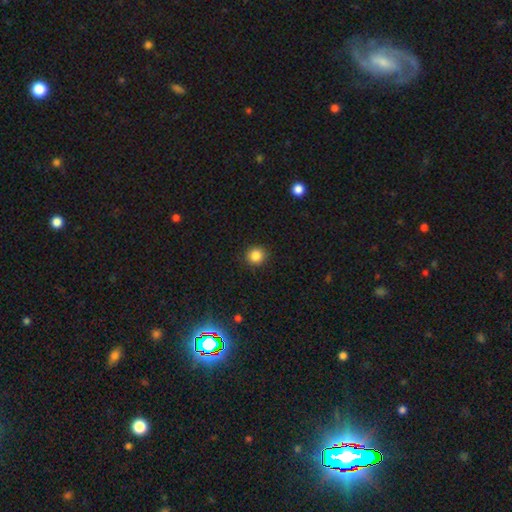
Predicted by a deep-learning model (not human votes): A smooth galaxy with no disk features (85%) that is round (91%). Merging: none (91%).